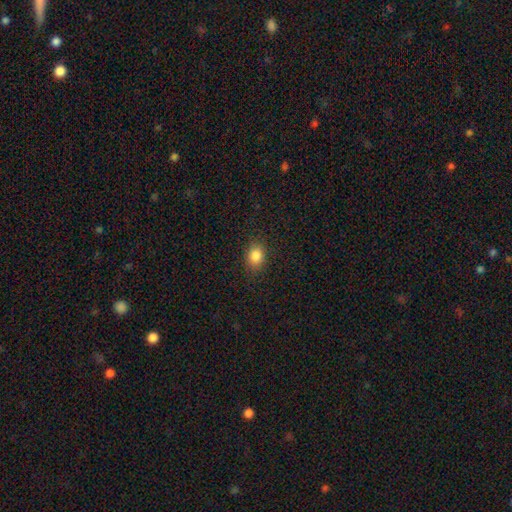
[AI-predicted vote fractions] Smooth or featured? smooth (85%)
How rounded? in between (58%)
Merging? none (86%)